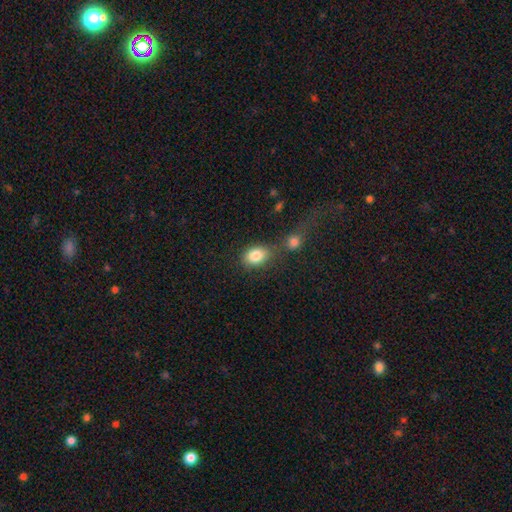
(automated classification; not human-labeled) Smooth or featured: smooth — 84% (star or artifact — 9%)
How rounded: in between — 72% (round — 27%)
Merging: none — 58% (merger — 23%)